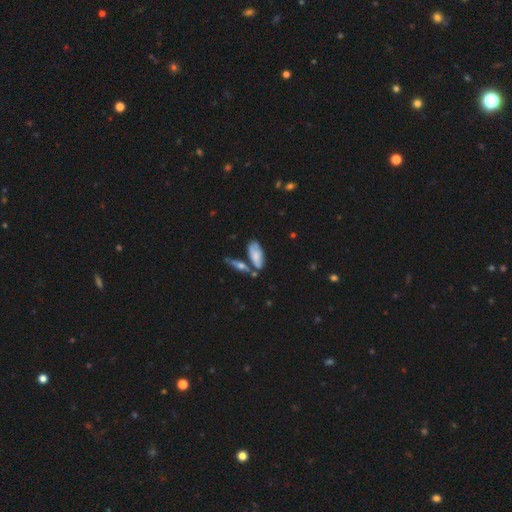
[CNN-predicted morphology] smooth-or-featured: smooth: 63% | featured or disk: 30% | star or artifact: 7%
  how-rounded: in between: 80% | cigar-shaped: 18% | round: 2%
  merging: none: 51% | merger: 22% | minor disturbance: 21% | major disturbance: 7%